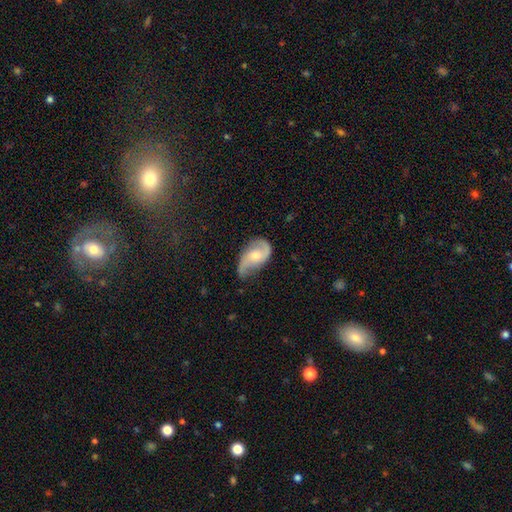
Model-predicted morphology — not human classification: A featured or disk galaxy (75%) with no bar (57%), 2 (85%) loose (56%) spiral arms (93%) and a moderate central bulge (58%).

Vote fractions:
- Smooth or featured? featured or disk: 75% / smooth: 20% / star or artifact: 6%
- Edge-on disk? no: 96% / yes: 4%
- Bar? no: 57% / weak: 37% / strong: 7%
- Spiral arms? yes: 93% / no: 7%
- Spiral winding? loose: 56% / medium: 34% / tight: 10%
- Spiral arm count? 2: 85% / 1: 7% / can't tell: 5% / 3: 1% / 4: 1% / more than 4: 1%
- Bulge size? moderate: 58% / small: 29% / large: 6% / none: 5% / dominant: 1%
- Merging? none: 48% / minor disturbance: 34% / major disturbance: 16% / merger: 2%